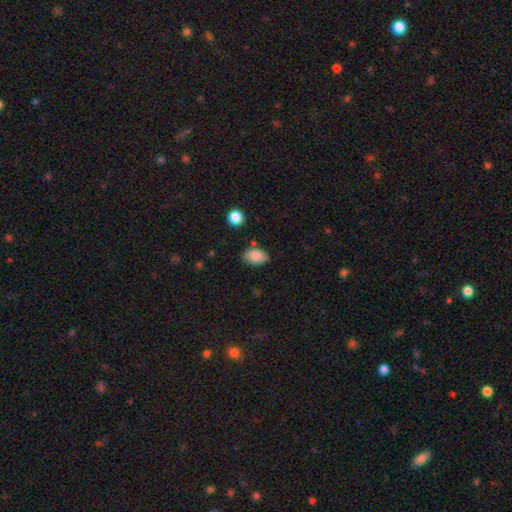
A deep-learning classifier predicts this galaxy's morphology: A smooth galaxy with no disk features (87%) that is in between round and cigar-shaped (88%). Merging: none (72%).